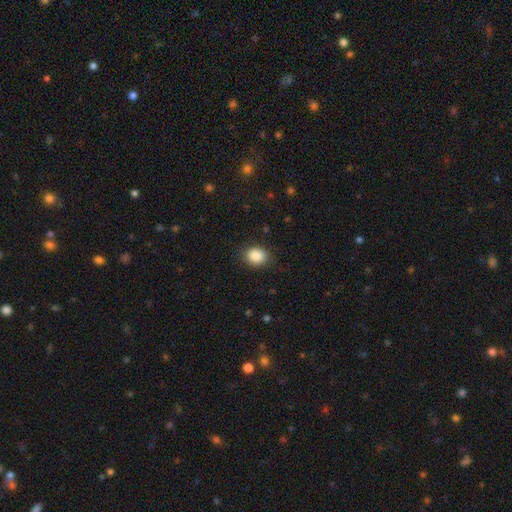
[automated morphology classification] A smooth galaxy with no disk features (87%) that is round (56%). Merging: none (85%).